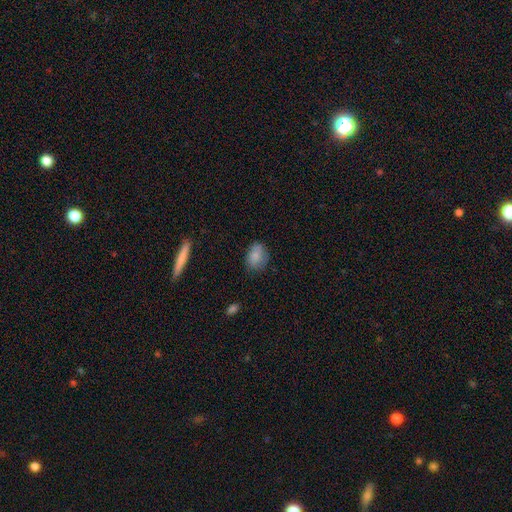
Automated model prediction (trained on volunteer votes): A smooth galaxy with no disk features (80%) that is in between round and cigar-shaped (65%).

Vote fractions:
- Smooth or featured? smooth: 80% / featured or disk: 12% / star or artifact: 8%
- How rounded? in between: 65% / round: 34% / cigar-shaped: 2%
- Merging? none: 70% / minor disturbance: 22% / major disturbance: 6% / merger: 2%